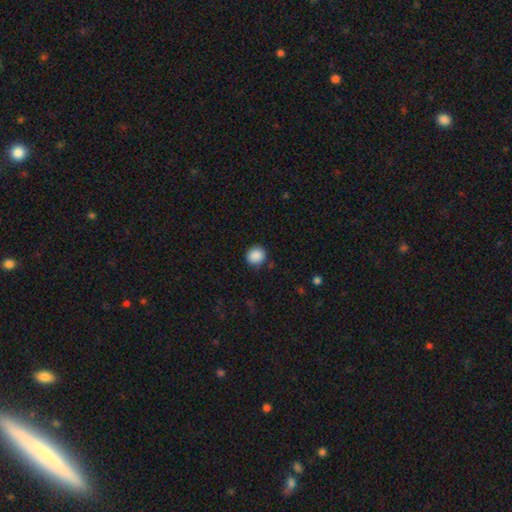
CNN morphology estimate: smooth_or_featured: smooth (p=0.89) [alt: star or artifact p=0.08]
how_rounded: round (p=0.84) [alt: in between p=0.15]
merging: none (p=0.86) [alt: minor disturbance p=0.10]